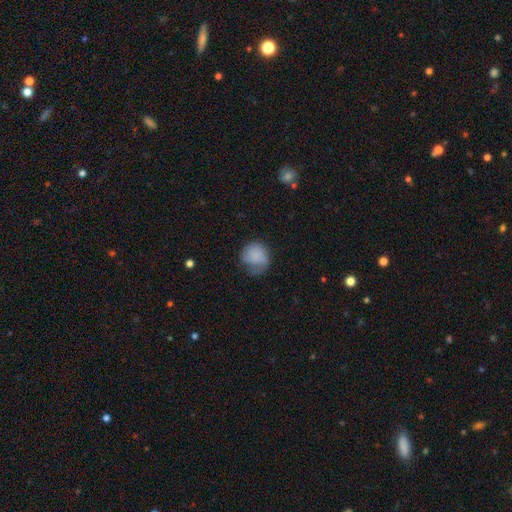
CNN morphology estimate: A smooth galaxy with no disk features (78%) that is round (76%). Merging: none (41%).